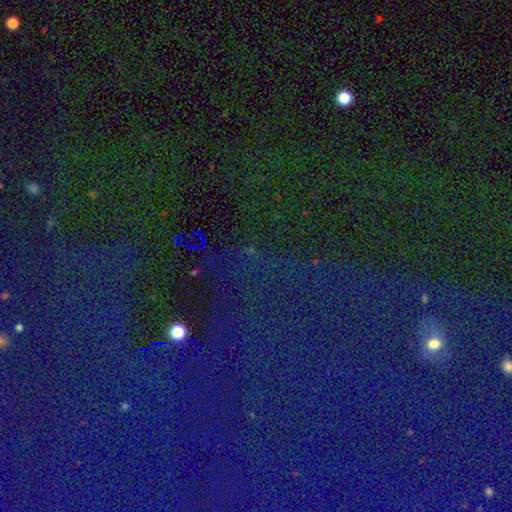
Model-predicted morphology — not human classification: Smooth or featured? star or artifact (83%)